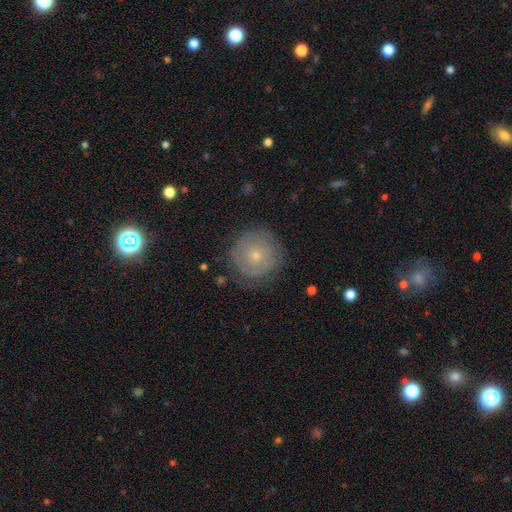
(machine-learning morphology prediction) A smooth galaxy with no disk features (52%) that is round (94%). Merging: none (77%).